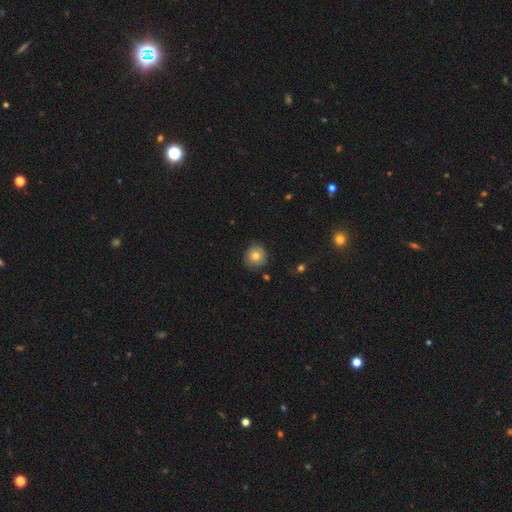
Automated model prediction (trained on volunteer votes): This appears to be a smooth galaxy with no disk features (75%) that is round (90%). Merging: none (83%).